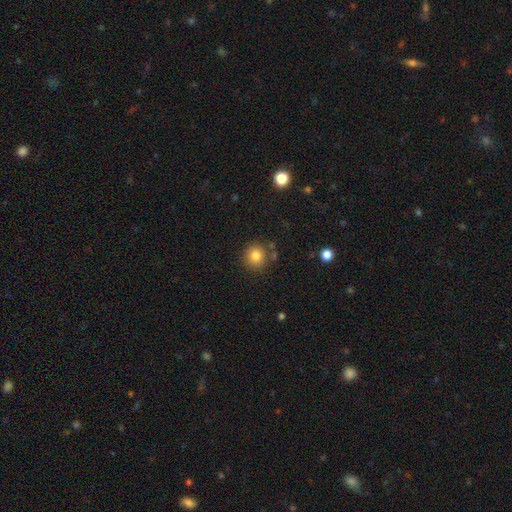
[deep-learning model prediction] Smooth or featured? Predicted: smooth (p=0.82). How rounded? Predicted: round (p=0.91). Merging? Predicted: none (p=0.80).